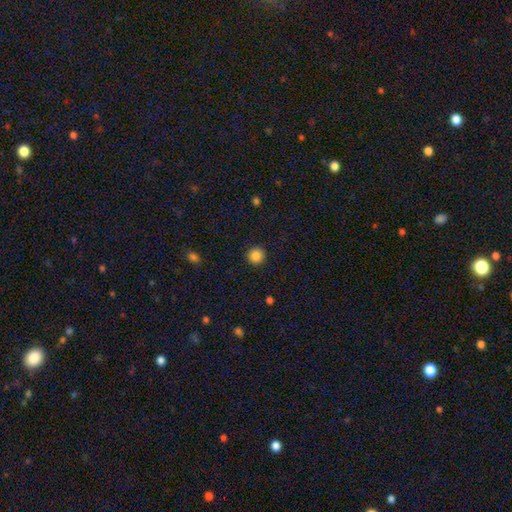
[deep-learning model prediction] A smooth galaxy with no disk features (86%) that is round (95%). Merging: none (93%).